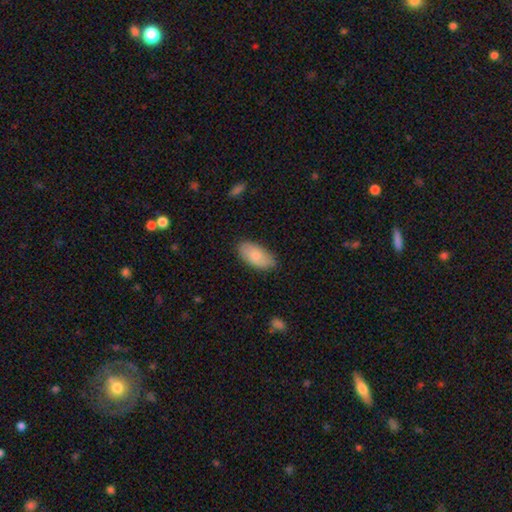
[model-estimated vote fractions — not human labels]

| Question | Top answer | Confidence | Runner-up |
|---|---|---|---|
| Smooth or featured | smooth | 80% | featured or disk (14%) |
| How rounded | in between | 94% | cigar-shaped (4%) |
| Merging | none | 79% | minor disturbance (17%) |